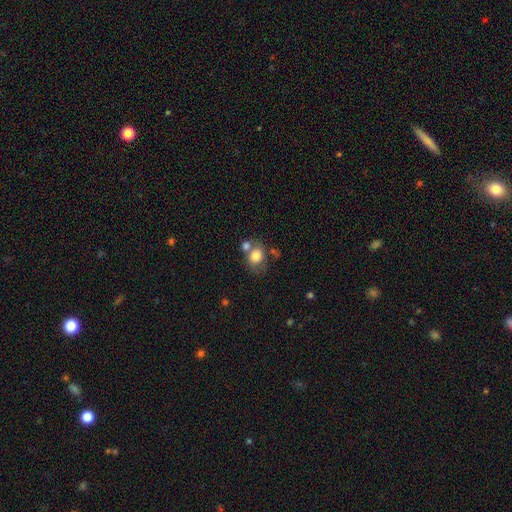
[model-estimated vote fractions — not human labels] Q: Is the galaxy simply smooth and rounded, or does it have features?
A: smooth — 79%.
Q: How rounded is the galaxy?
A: round — 57%.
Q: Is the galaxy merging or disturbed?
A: none — 46%.